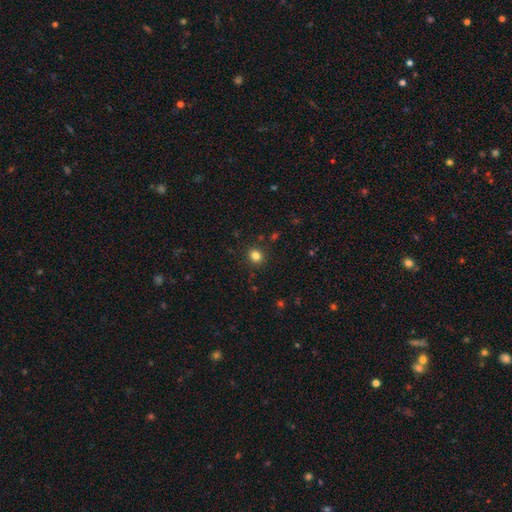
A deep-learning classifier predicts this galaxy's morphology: A smooth galaxy with no disk features (82%) that is round (79%). Merging: none (89%).